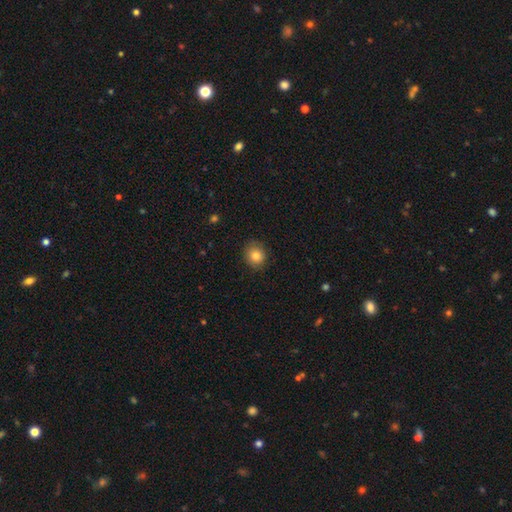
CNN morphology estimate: Overall: smooth (82%). How rounded: round (80%). Merging: none (85%).